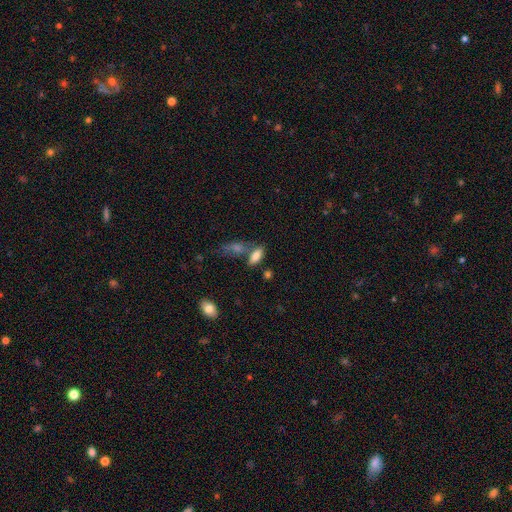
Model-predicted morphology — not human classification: This is clearly a smooth galaxy (81%). How rounded: clearly in between (82%). Merging: possibly none (58%).